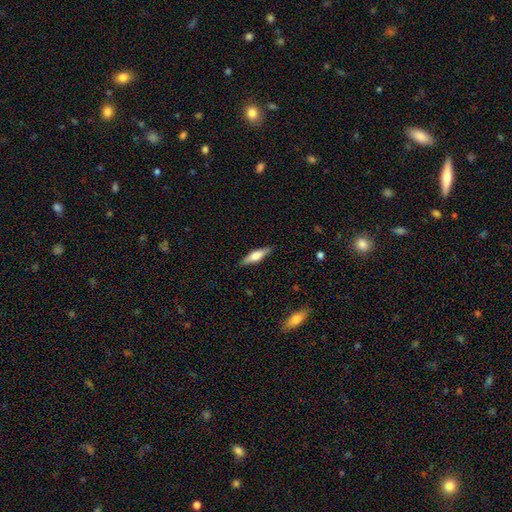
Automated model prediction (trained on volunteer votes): A smooth galaxy with no disk features (51%) that is cigar-shaped (66%).

Vote fractions:
- Smooth or featured? smooth: 51% / featured or disk: 43% / star or artifact: 6%
- How rounded? cigar-shaped: 66% / in between: 32% / round: 2%
- Merging? none: 88% / minor disturbance: 9% / major disturbance: 2% / merger: 1%